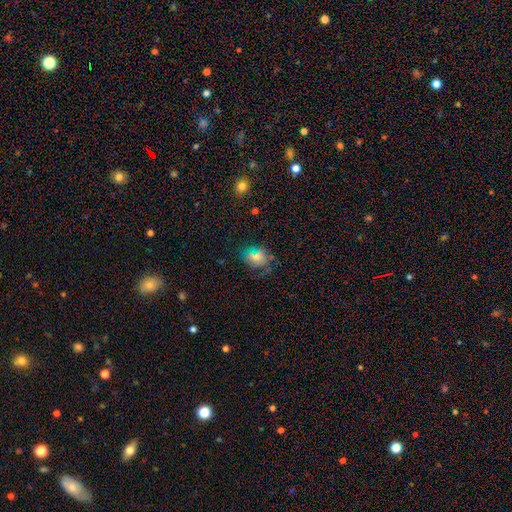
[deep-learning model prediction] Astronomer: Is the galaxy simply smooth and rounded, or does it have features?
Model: smooth — 68%.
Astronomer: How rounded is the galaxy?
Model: in between — 50% (runner-up: round, 48%).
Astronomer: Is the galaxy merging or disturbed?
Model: none — 71%.